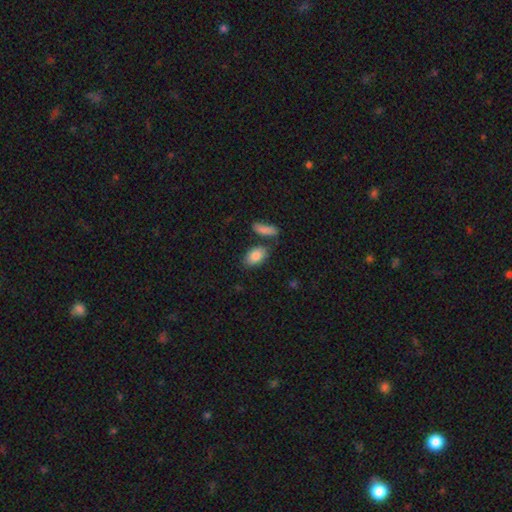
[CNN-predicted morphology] type=smooth (86%); roundness=in between (91%); merging=none (70%).